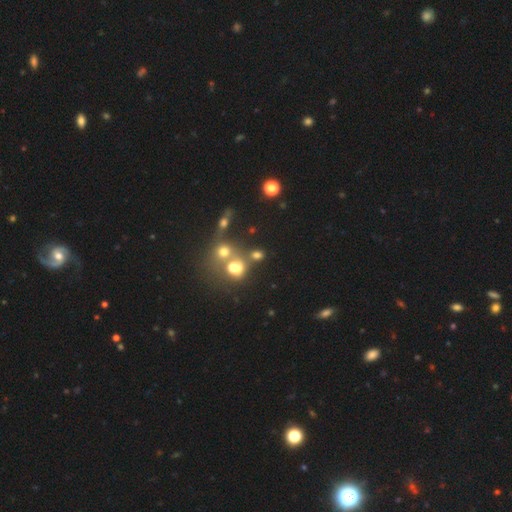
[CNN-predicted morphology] Smooth or featured?
  - smooth: 54% *
  - star or artifact: 30%
  - featured or disk: 17%
How rounded?
  - round: 74% *
  - in between: 24%
  - cigar-shaped: 2%
Merging?
  - none: 44% *
  - merger: 42%
  - minor disturbance: 8%
  - major disturbance: 6%